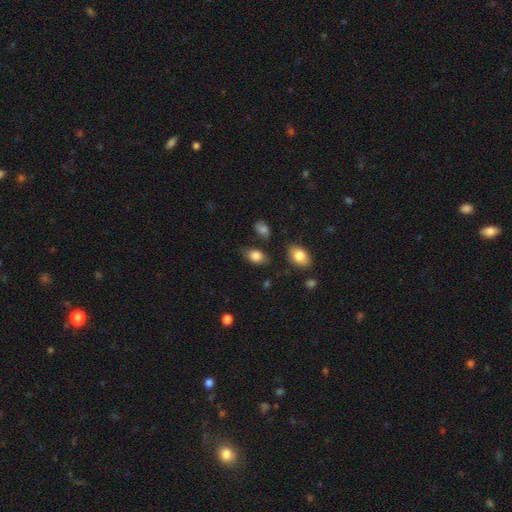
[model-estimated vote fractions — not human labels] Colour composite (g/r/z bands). It shows a smooth galaxy with no disk features (85%) that is in between round and cigar-shaped (86%). Merging: none (73%).